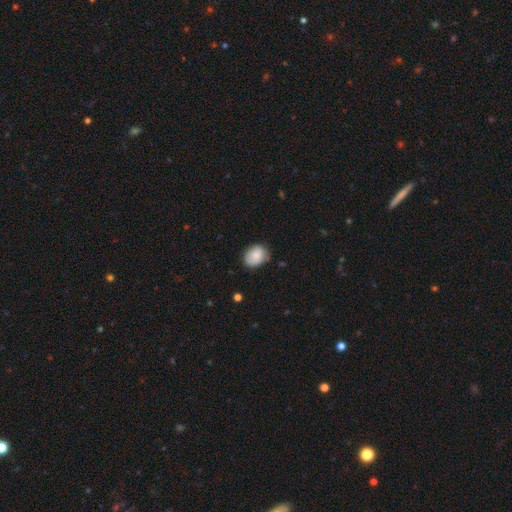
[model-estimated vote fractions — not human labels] smooth 83%, featured or disk 10%, star or artifact 7%. Down the decision tree: how rounded — in between (62%); merging — none (72%).